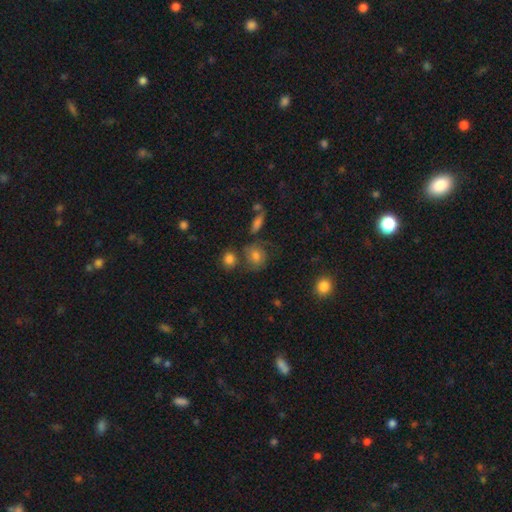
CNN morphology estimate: Overall: smooth (67%). How rounded: round (69%; in between 29%). Merging: none (60%).